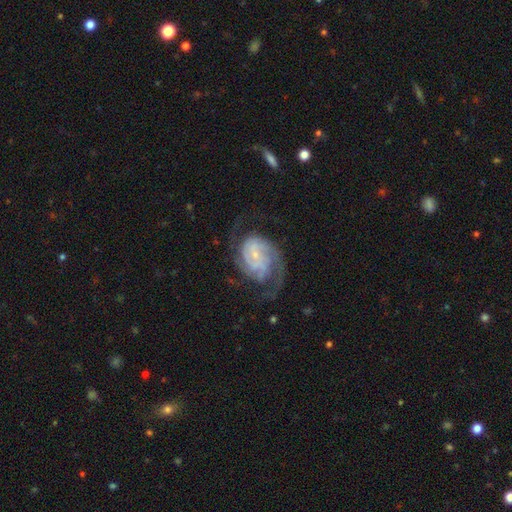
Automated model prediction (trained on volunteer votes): Smooth or featured: featured or disk — 87% (smooth — 7%)
Edge-on disk: no — 98% (yes — 2%)
Bar: no — 59% (weak — 33%)
Spiral arms: yes — 97% (no — 3%)
Spiral winding: tight — 48% (medium — 39%)
Spiral arm count: 2 — 42% (3 — 21%)
Bulge size: small — 77% (moderate — 12%)
Merging: none — 58% (major disturbance — 22%)